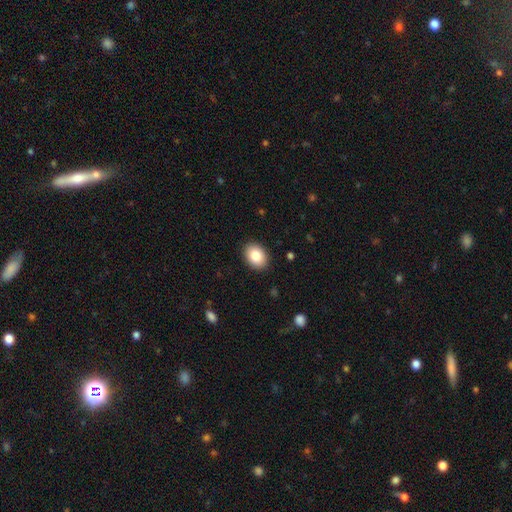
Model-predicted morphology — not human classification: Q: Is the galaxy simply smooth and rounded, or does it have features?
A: smooth — 85%.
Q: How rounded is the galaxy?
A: in between — 68%.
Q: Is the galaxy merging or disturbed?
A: none — 90%.